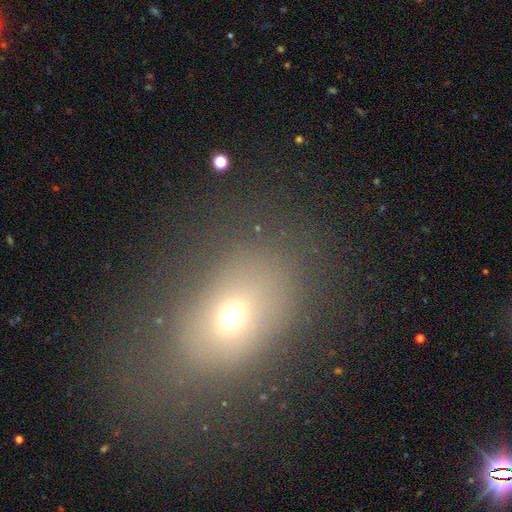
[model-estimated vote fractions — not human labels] The model was most divided on "how rounded": in between: 61%, round: 37%, cigar-shaped: 2%. More confident: merging — none (62%); smooth or featured — smooth (61%).